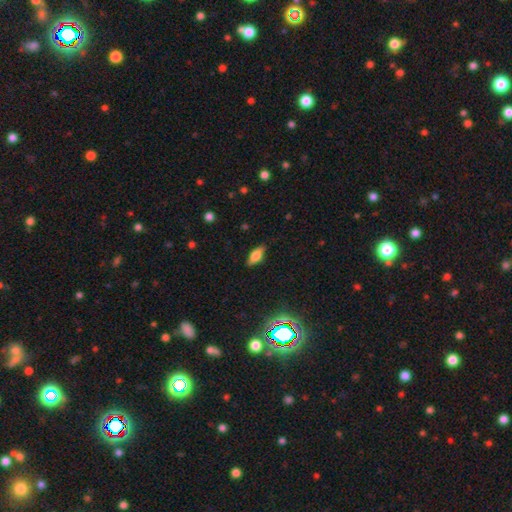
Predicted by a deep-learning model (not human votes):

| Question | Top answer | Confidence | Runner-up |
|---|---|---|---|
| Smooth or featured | smooth | 61% | featured or disk (29%) |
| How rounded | in between | 73% | cigar-shaped (23%) |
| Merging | none | 84% | minor disturbance (12%) |